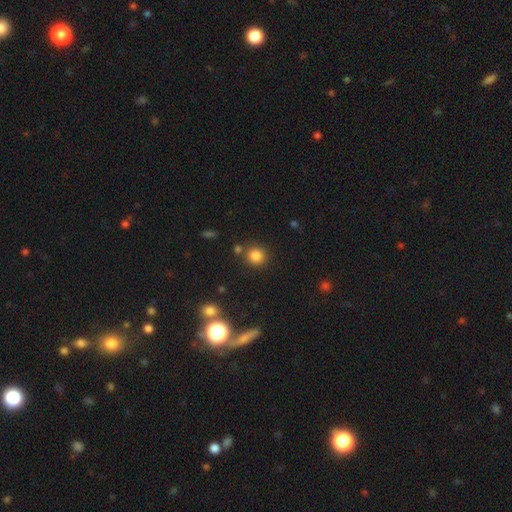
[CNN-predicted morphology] Smooth or featured? Predicted: smooth (p=0.81). How rounded? Predicted: round (p=0.89). Merging? Predicted: none (p=0.78).